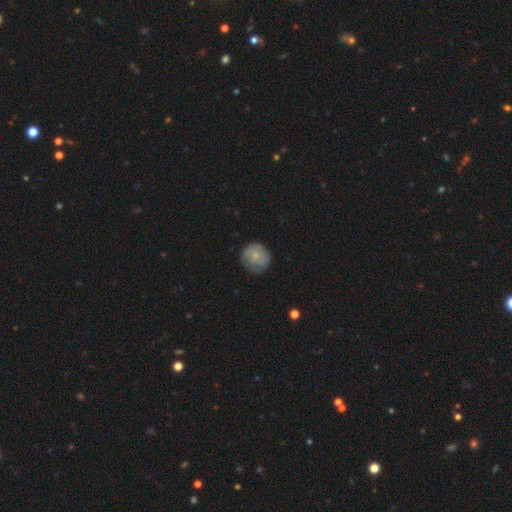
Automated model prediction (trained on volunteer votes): A smooth galaxy with no disk features (66%) that is round (90%). Merging: none (72%).